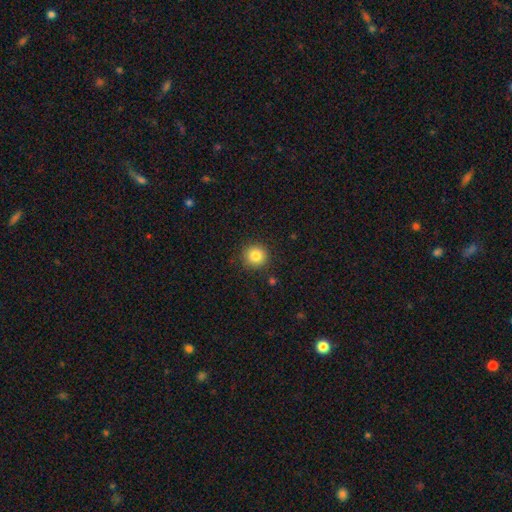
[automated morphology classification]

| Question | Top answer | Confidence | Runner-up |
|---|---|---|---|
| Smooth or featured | smooth | 84% | star or artifact (10%) |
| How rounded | round | 94% | in between (5%) |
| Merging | none | 89% | minor disturbance (7%) |